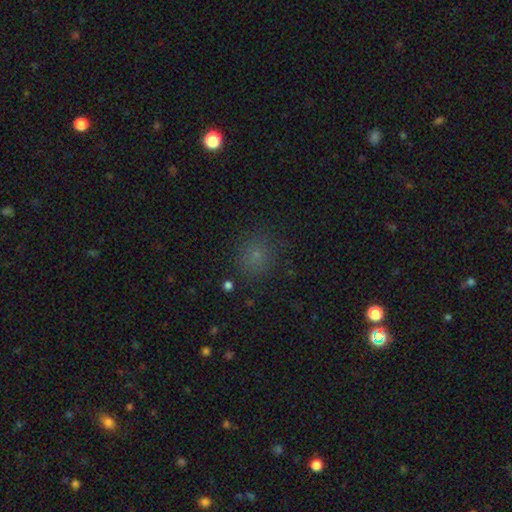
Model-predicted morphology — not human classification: This is likely a smooth galaxy (68%). How rounded: clearly round (85%). Merging: clearly none (84%).